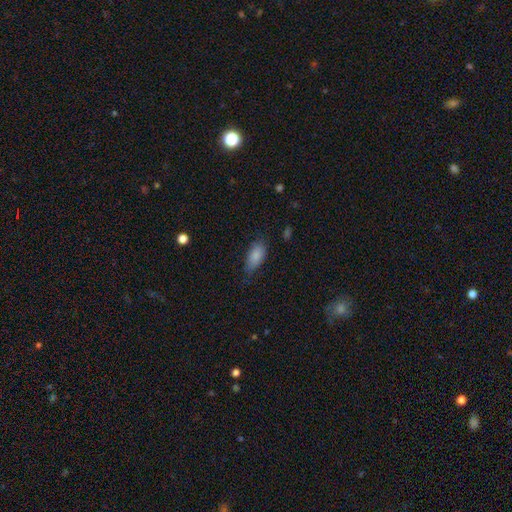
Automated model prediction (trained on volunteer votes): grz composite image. It shows a smooth galaxy with no disk features (84%) that is in between round and cigar-shaped (90%). Merging: none (63%).